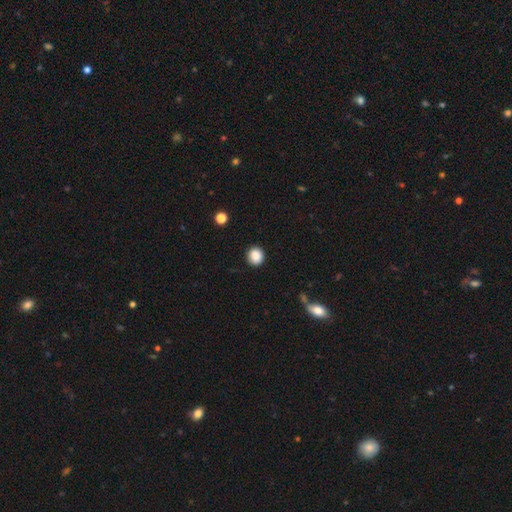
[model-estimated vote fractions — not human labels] Smooth or featured: smooth — 88% (star or artifact — 9%)
How rounded: round — 84% (in between — 15%)
Merging: none — 90% (minor disturbance — 7%)